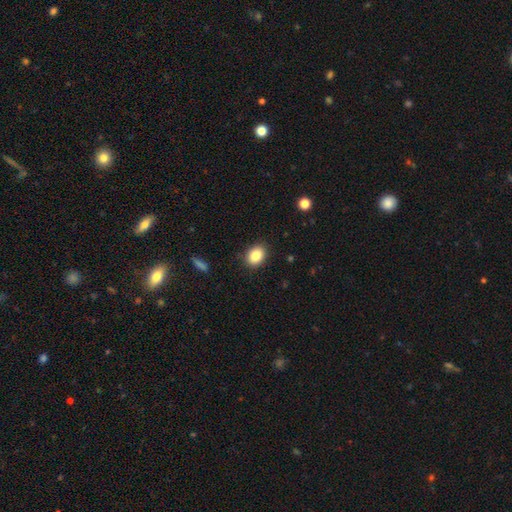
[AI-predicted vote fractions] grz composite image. It shows a smooth galaxy with no disk features (86%) that is in between round and cigar-shaped (63%). Merging: none (87%).